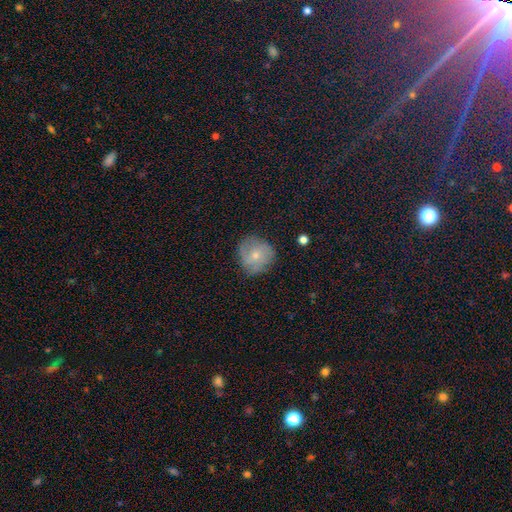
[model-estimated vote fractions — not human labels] smooth_or_featured: smooth (p=0.56) [alt: featured or disk p=0.36]
how_rounded: round (p=0.89) [alt: in between p=0.10]
merging: none (p=0.72) [alt: minor disturbance p=0.20]